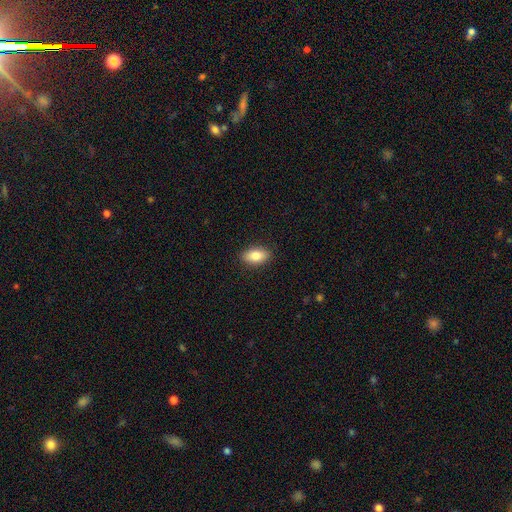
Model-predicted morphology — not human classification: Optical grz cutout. It shows a smooth galaxy with no disk features (83%) that is in between round and cigar-shaped (90%). Merging: none (89%).